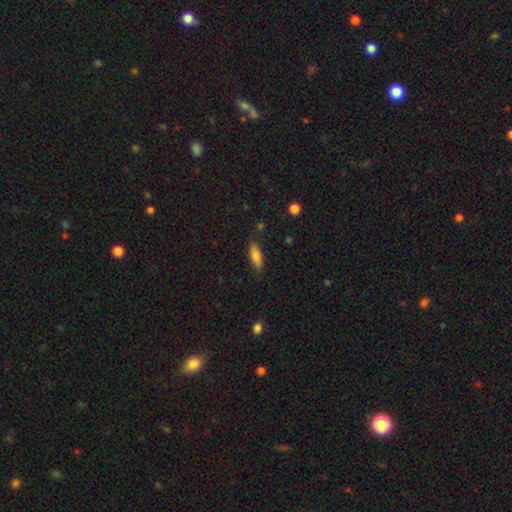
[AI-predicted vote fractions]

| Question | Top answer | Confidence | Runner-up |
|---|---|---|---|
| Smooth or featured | smooth | 77% | featured or disk (16%) |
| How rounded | in between | 66% | cigar-shaped (32%) |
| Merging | none | 80% | minor disturbance (15%) |